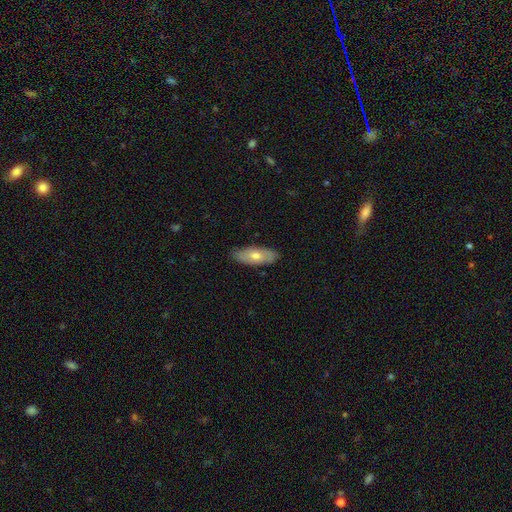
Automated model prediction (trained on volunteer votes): smooth_or_featured: smooth (p=0.60) [alt: featured or disk p=0.34]
how_rounded: in between (p=0.77) [alt: cigar-shaped p=0.20]
merging: none (p=0.85) [alt: minor disturbance p=0.12]